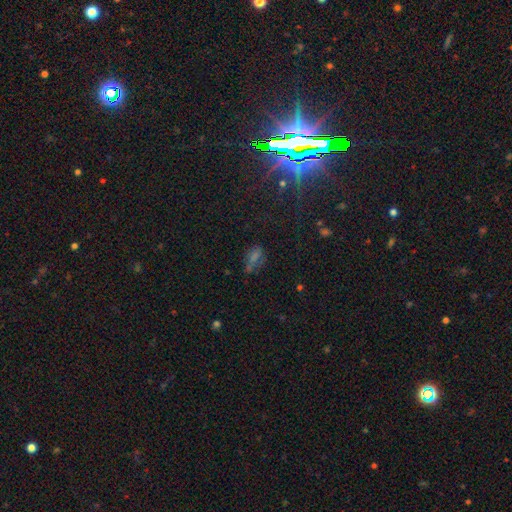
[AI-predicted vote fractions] star or artifact 47%, smooth 33%, featured or disk 20%.